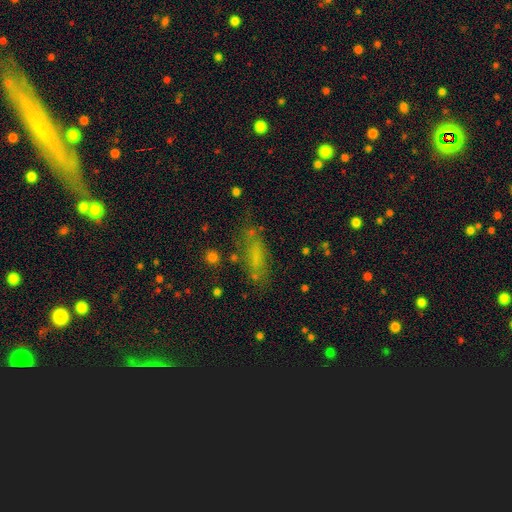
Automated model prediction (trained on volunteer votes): Smooth or featured? smooth (66%)
How rounded? in between (55%)
Merging? none (67%)